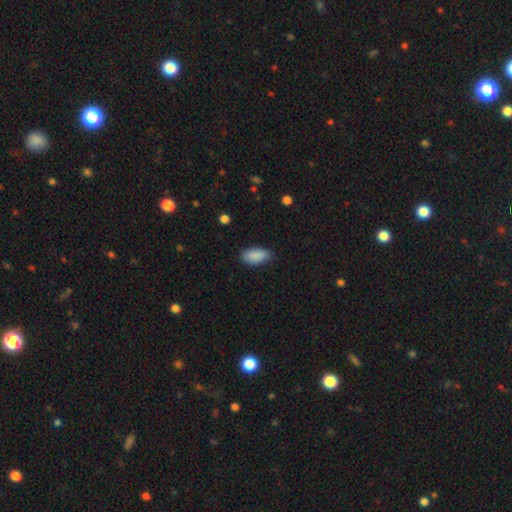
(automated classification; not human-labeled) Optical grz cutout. It shows a smooth galaxy with no disk features (89%) that is in between round and cigar-shaped (90%). Merging: none (84%).